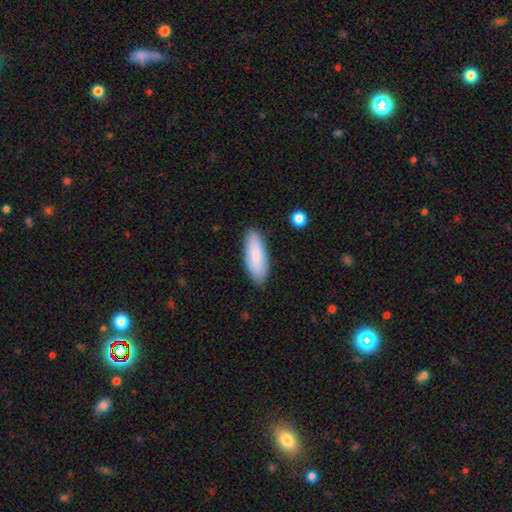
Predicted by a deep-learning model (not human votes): A smooth galaxy with no disk features (85%) that is in between round and cigar-shaped (67%).

Vote fractions:
- Smooth or featured? smooth: 85% / featured or disk: 10% / star or artifact: 6%
- How rounded? in between: 67% / cigar-shaped: 31% / round: 2%
- Merging? none: 86% / minor disturbance: 11% / major disturbance: 2% / merger: 1%